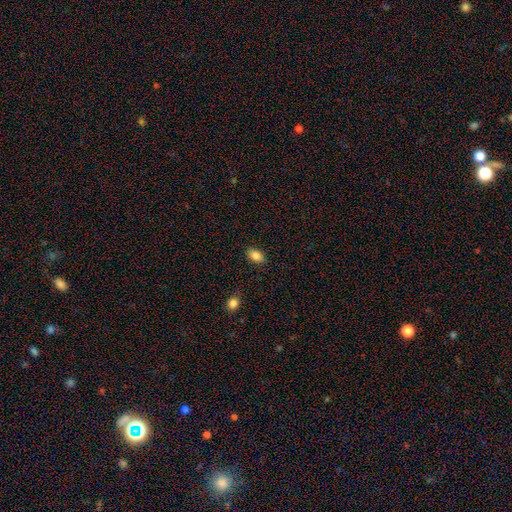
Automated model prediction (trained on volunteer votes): The model was most divided on "how rounded": in between: 84%, round: 14%, cigar-shaped: 2%. More confident: merging — none (86%); smooth or featured — smooth (86%).